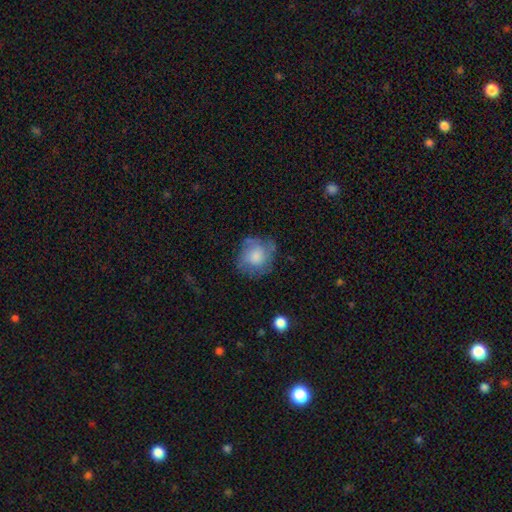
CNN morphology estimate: This appears to be a smooth galaxy with no disk features (64%) that is round (78%). Merging: none (61%).